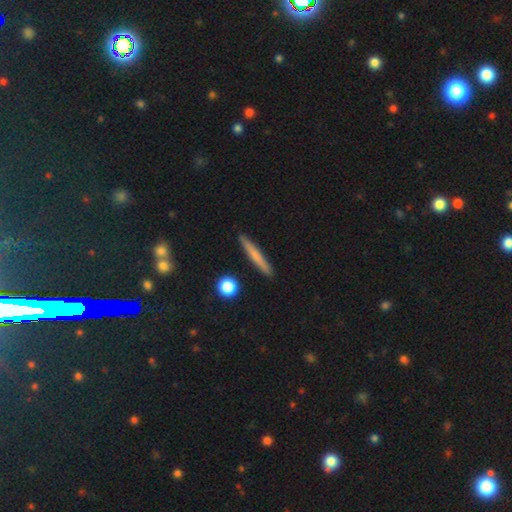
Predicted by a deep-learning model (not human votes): Smooth or featured? Predicted: smooth (p=0.61). How rounded? Predicted: cigar-shaped (p=0.95). Merging? Predicted: none (p=0.91).